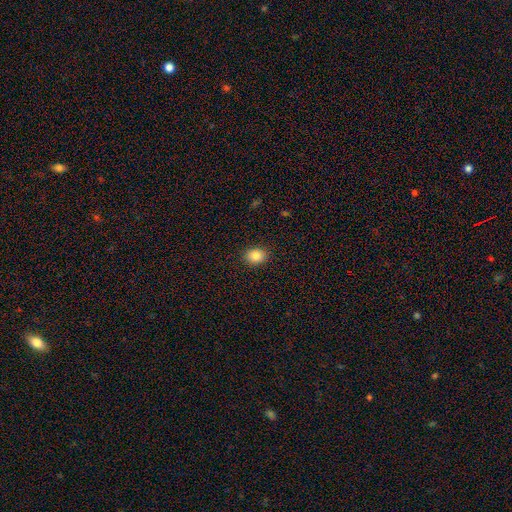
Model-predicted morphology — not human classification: A smooth galaxy with no disk features (85%) that is round (51%).

Vote fractions:
- Smooth or featured? smooth: 85% / star or artifact: 9% / featured or disk: 6%
- How rounded? round: 51% / in between: 48% / cigar-shaped: 1%
- Merging? none: 90% / minor disturbance: 7% / major disturbance: 2% / merger: 1%